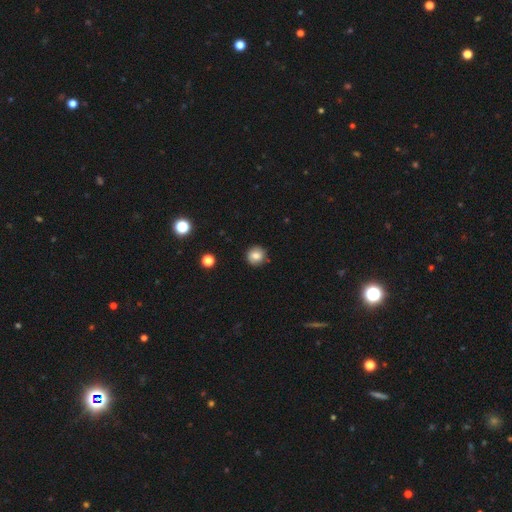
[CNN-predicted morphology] smooth 81%, star or artifact 10%, featured or disk 8%. Down the decision tree: how rounded — round (93%); merging — none (88%).